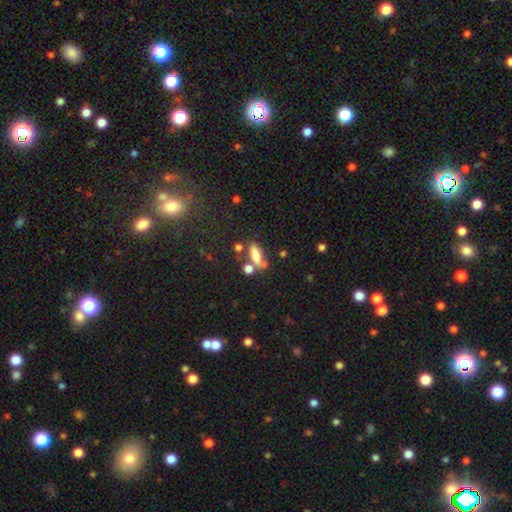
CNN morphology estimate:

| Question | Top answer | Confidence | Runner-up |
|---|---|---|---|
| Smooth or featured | smooth | 74% | featured or disk (14%) |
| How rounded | in between | 61% | cigar-shaped (33%) |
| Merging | none | 53% | merger (23%) |